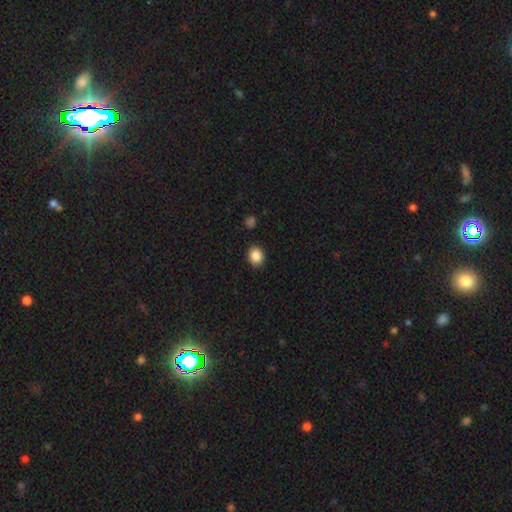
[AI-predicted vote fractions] Smooth or featured: smooth — 87% (star or artifact — 9%)
How rounded: round — 58% (in between — 41%)
Merging: none — 90% (minor disturbance — 7%)